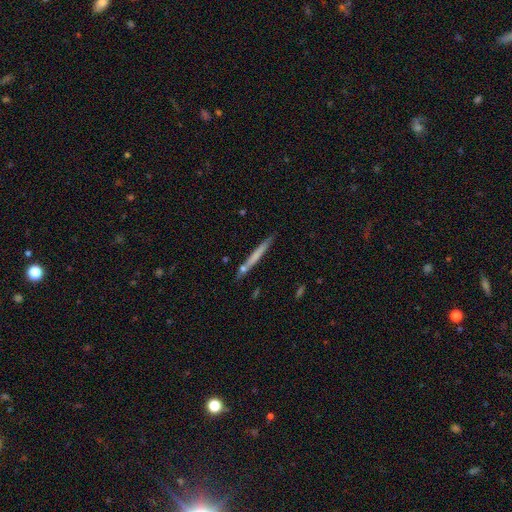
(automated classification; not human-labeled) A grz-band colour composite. It shows a smooth galaxy with no disk features (56%) that is cigar-shaped (96%). Merging: none (79%).